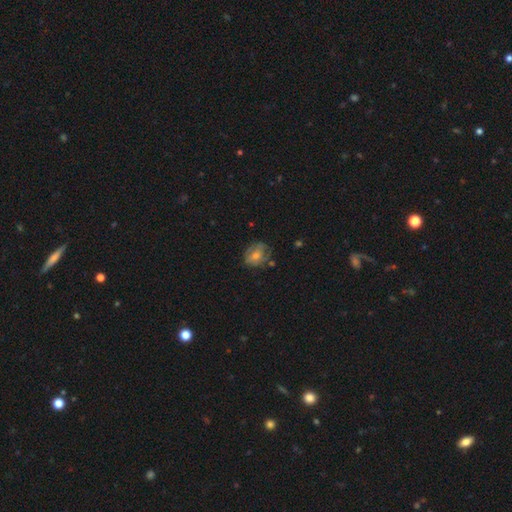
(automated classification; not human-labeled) Overall: smooth (47%; featured or disk 39%). Merging: none (64%; minor disturbance 24%).